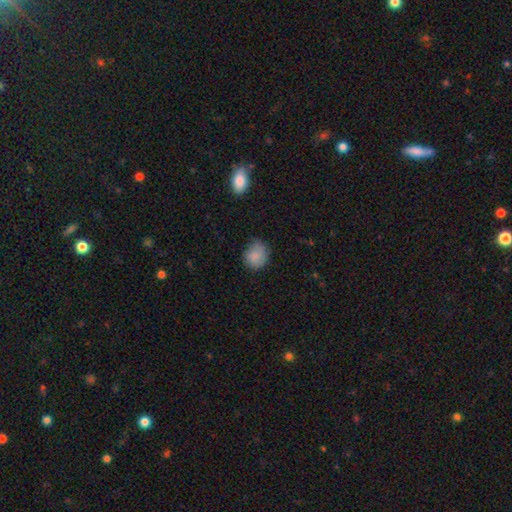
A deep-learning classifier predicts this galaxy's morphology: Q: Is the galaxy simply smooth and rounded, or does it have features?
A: smooth — 83%.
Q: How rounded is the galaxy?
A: round — 69%.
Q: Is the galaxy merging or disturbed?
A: none — 67%.